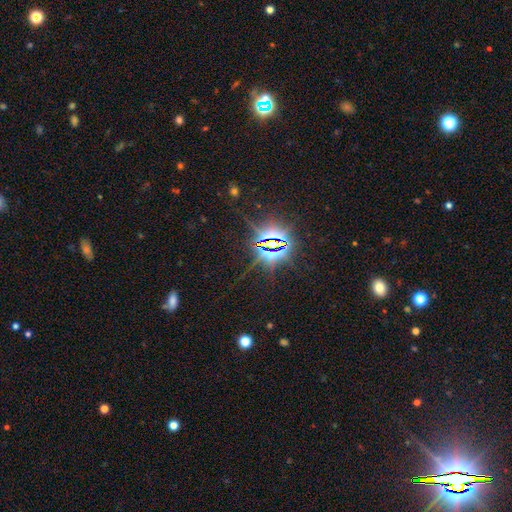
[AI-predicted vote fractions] The model was most divided on "smooth or featured": star or artifact: 84%, smooth: 9%, featured or disk: 7%.